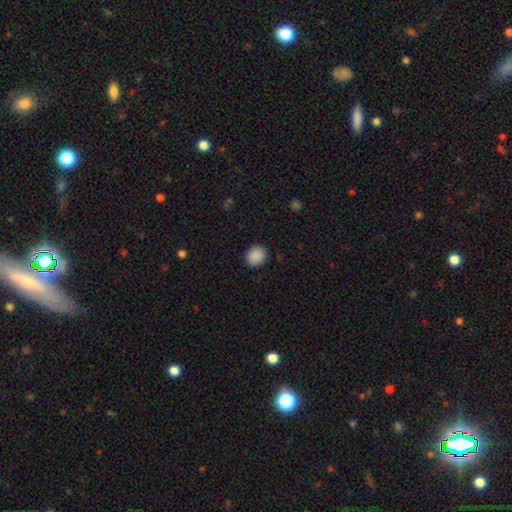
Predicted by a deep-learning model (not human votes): A smooth galaxy with no disk features (89%) that is round (70%). Merging: none (89%).